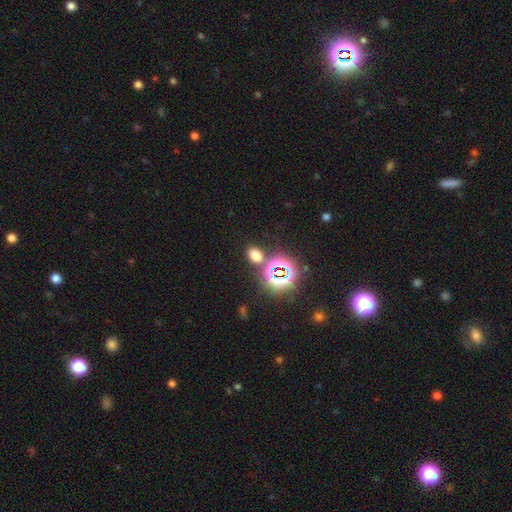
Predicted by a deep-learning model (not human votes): Smooth or featured? smooth (62%)
How rounded? in between (68%)
Merging? none (76%)